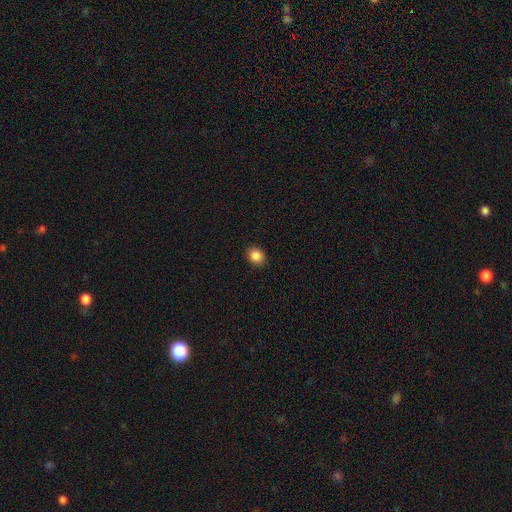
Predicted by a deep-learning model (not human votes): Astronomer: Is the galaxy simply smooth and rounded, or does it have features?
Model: smooth — 87%.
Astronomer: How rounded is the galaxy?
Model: round — 63%.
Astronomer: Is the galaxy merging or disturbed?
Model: none — 91%.